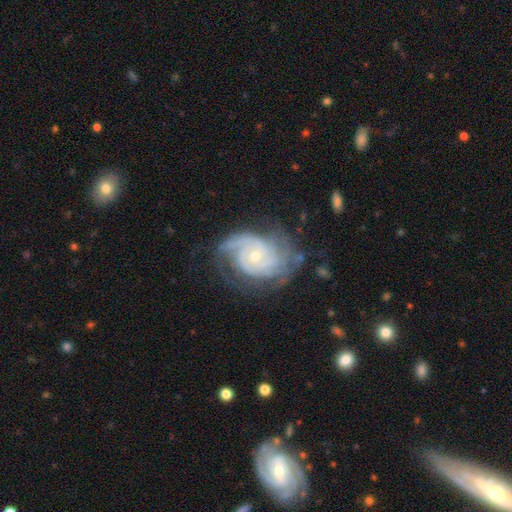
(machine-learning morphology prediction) A featured or disk galaxy (89%) with no bar (72%), 2 (27%) tight (65%) spiral arms (97%) and a small central bulge (60%). Merging: none (65%).